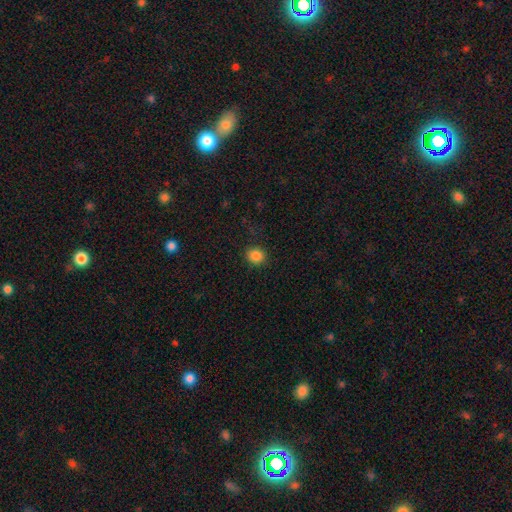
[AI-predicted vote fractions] Smooth or featured?
  - smooth: 86% *
  - star or artifact: 11%
  - featured or disk: 3%
How rounded?
  - round: 82% *
  - in between: 17%
  - cigar-shaped: 1%
Merging?
  - none: 89% *
  - minor disturbance: 7%
  - major disturbance: 3%
  - merger: 1%